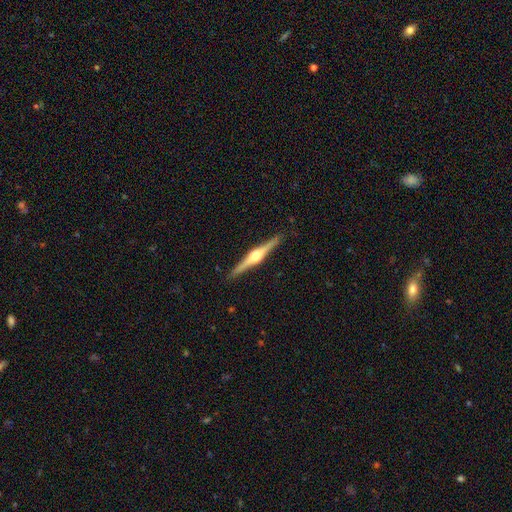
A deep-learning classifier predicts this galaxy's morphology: Smooth or featured? featured or disk (83%)
Edge-on disk? yes (99%)
Edge-on bulge? rounded (93%)
Merging? none (91%)